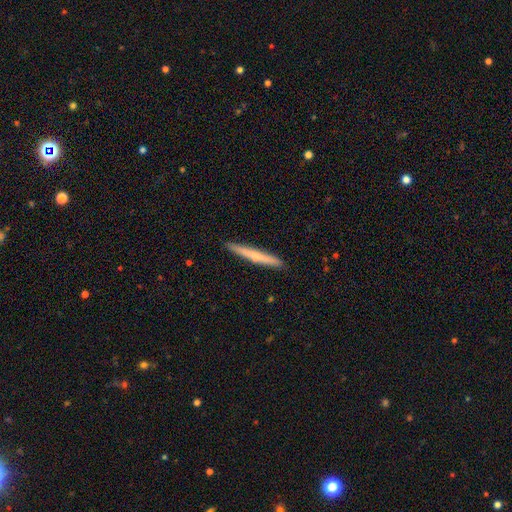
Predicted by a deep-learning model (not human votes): Smooth or featured?
  - smooth: 54% *
  - featured or disk: 41%
  - star or artifact: 5%
How rounded?
  - cigar-shaped: 97% *
  - in between: 2%
  - round: 1%
Merging?
  - none: 92% *
  - minor disturbance: 6%
  - major disturbance: 1%
  - merger: 1%